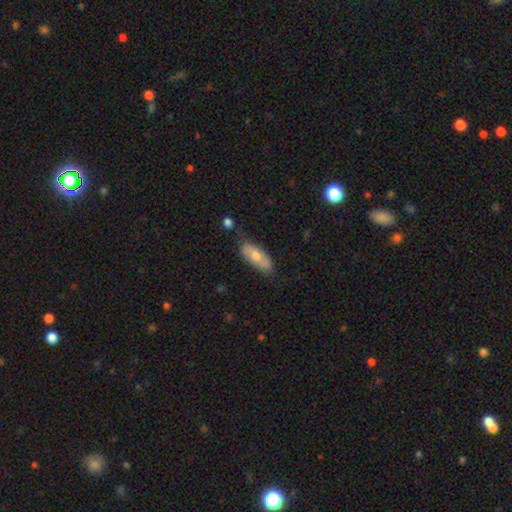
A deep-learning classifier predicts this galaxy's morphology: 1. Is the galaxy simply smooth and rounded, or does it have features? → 60% smooth, 34% featured or disk, 6% star or artifact.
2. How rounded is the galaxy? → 78% in between, 19% cigar-shaped, 3% round.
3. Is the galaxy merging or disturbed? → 70% none, 22% minor disturbance, 4% major disturbance, 3% merger.